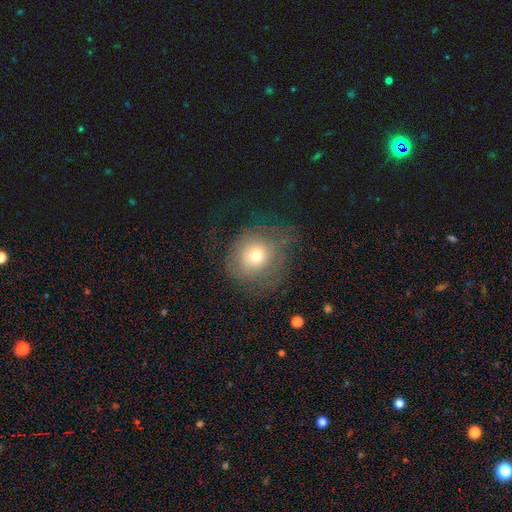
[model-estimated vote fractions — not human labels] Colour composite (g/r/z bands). It shows a smooth galaxy with no disk features (64%) that is round (87%). Merging: none (61%).